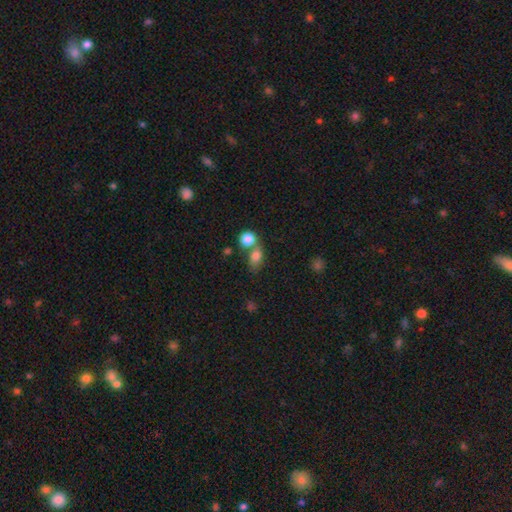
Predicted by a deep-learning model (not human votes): smooth-or-featured: smooth: 80% | star or artifact: 10% | featured or disk: 10%
  how-rounded: in between: 66% | round: 32% | cigar-shaped: 2%
  merging: merger: 46% | none: 37% | minor disturbance: 11% | major disturbance: 5%